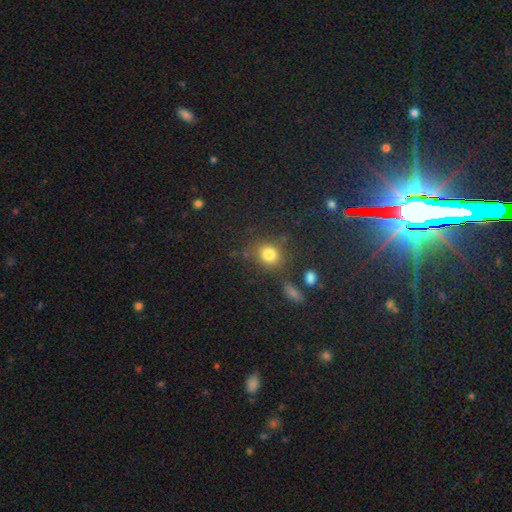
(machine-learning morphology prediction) This is possibly a star or artifact rather than a galaxy (46%).